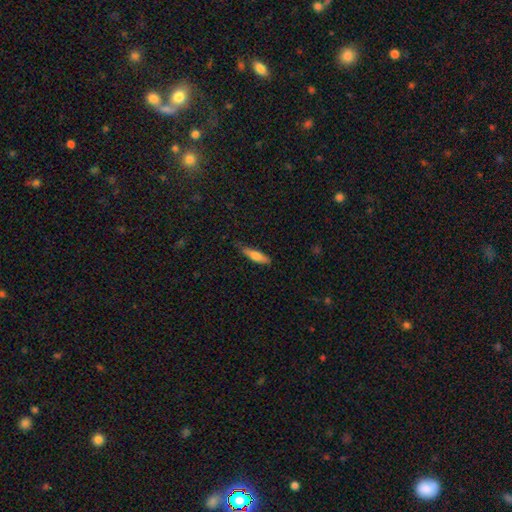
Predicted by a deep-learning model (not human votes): This appears to be a smooth galaxy with no disk features (71%) that is cigar-shaped (67%). Merging: none (74%).